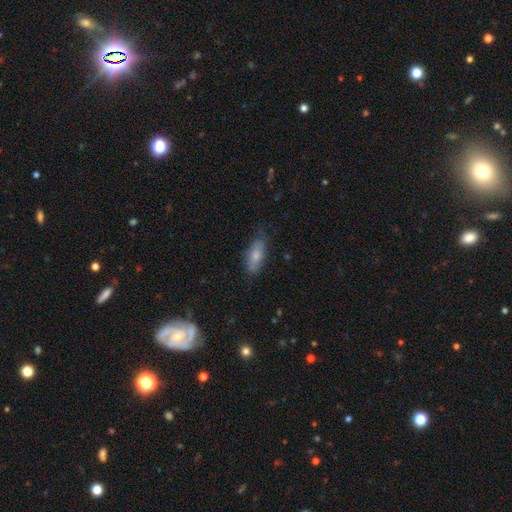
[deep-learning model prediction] Smooth or featured: smooth — 67% (featured or disk — 25%)
How rounded: in between — 76% (cigar-shaped — 21%)
Merging: none — 73% (minor disturbance — 21%)